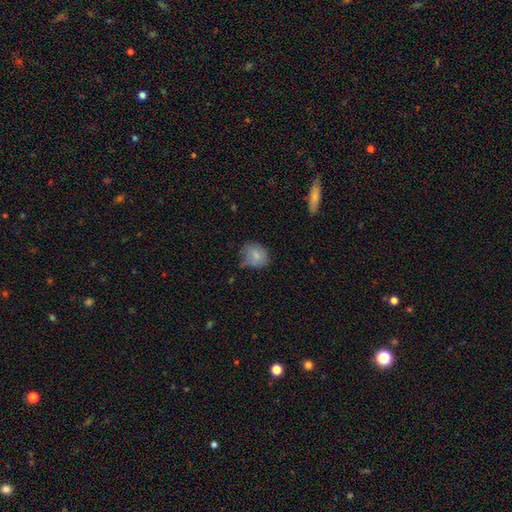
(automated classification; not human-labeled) Q: Smooth or featured?
A: smooth (79%); runner-up: featured or disk (12%)
Q: How rounded?
A: round (56%); runner-up: in between (43%)
Q: Merging?
A: none (56%); runner-up: minor disturbance (32%)